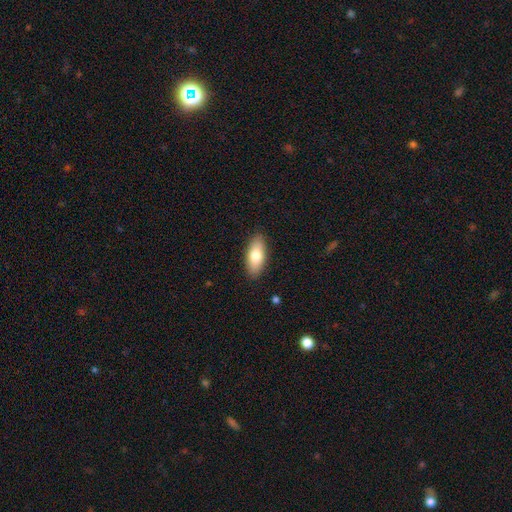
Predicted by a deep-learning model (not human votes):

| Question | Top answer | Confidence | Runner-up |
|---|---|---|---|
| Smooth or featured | smooth | 76% | featured or disk (18%) |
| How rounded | in between | 83% | cigar-shaped (15%) |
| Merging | none | 88% | minor disturbance (9%) |